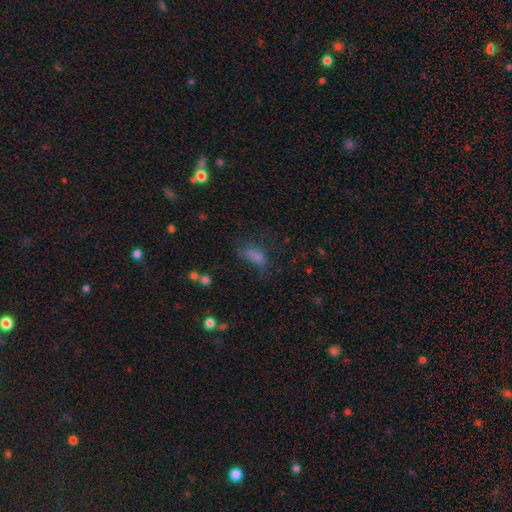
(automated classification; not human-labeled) Smooth or featured?
  - smooth: 72% *
  - star or artifact: 15%
  - featured or disk: 13%
How rounded?
  - in between: 70% *
  - cigar-shaped: 25%
  - round: 5%
Merging?
  - none: 44% *
  - minor disturbance: 26%
  - major disturbance: 26%
  - merger: 4%